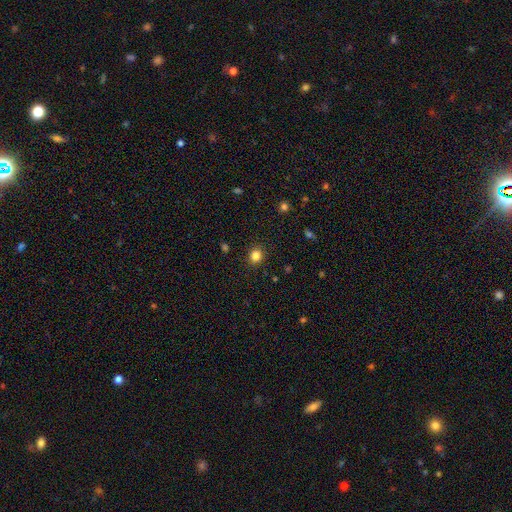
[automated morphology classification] Overall: smooth (83%). How rounded: round (80%). Merging: none (91%).